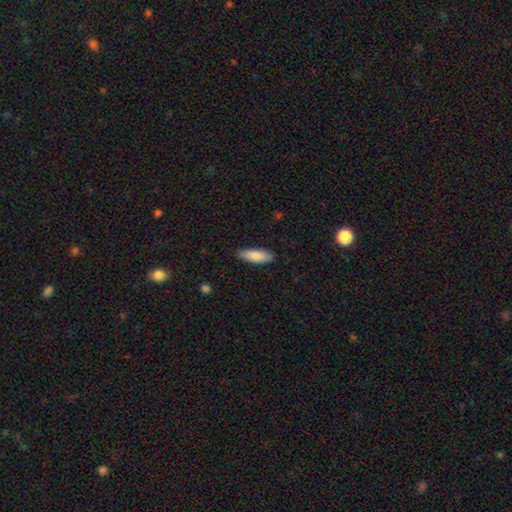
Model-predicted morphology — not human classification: The model was most divided on "how rounded": in between: 61%, cigar-shaped: 38%, round: 2%. More confident: smooth or featured — smooth (86%); merging — none (85%).